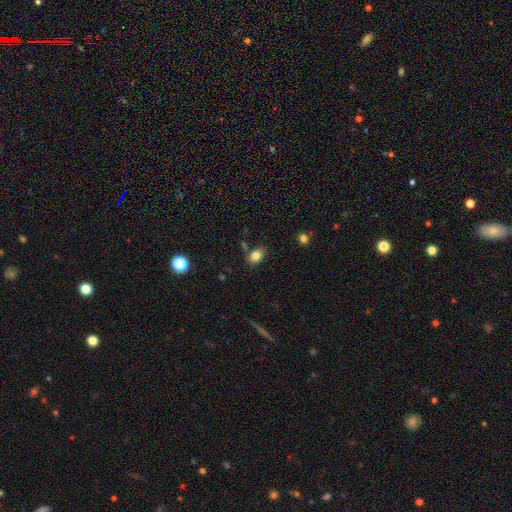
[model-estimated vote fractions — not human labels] smooth 82%, star or artifact 10%, featured or disk 8%. Down the decision tree: how rounded — in between (75%); merging — none (76%).